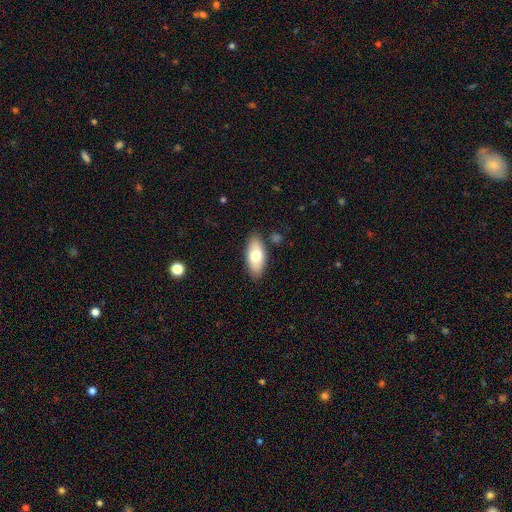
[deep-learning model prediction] smooth-or-featured: smooth: 71% | featured or disk: 23% | star or artifact: 6%
  how-rounded: in between: 89% | cigar-shaped: 8% | round: 3%
  merging: none: 85% | minor disturbance: 10% | merger: 2% | major disturbance: 2%